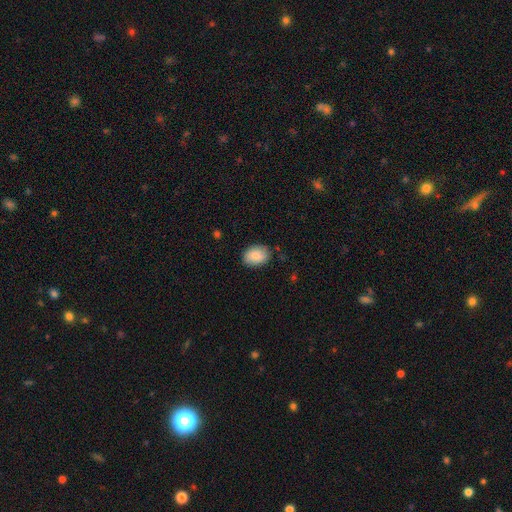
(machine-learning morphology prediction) Smooth or featured?
  - smooth: 86% *
  - featured or disk: 7%
  - star or artifact: 7%
How rounded?
  - in between: 73% *
  - round: 26%
  - cigar-shaped: 1%
Merging?
  - none: 83% *
  - minor disturbance: 14%
  - major disturbance: 3%
  - merger: 1%